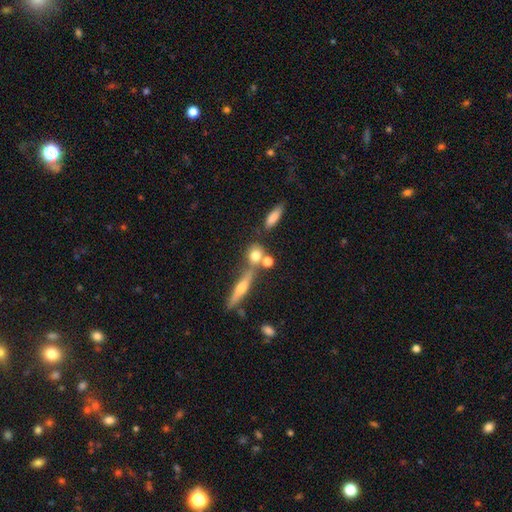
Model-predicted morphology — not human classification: Q: Smooth or featured?
A: smooth (73%); runner-up: featured or disk (16%)
Q: How rounded?
A: round (63%); runner-up: in between (25%)
Q: Merging?
A: none (53%); runner-up: merger (31%)